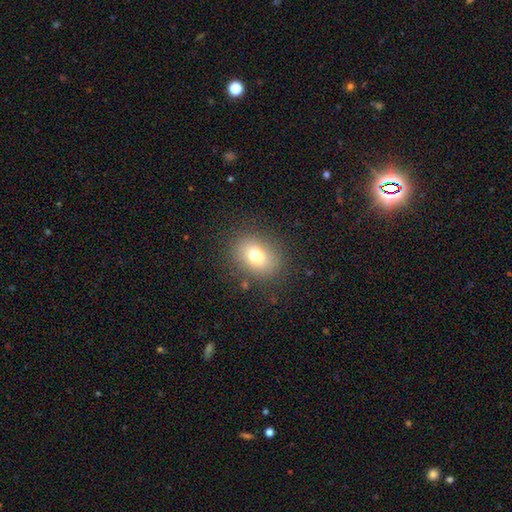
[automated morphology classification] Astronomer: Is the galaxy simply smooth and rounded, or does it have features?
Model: smooth — 74%.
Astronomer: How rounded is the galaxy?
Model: in between — 55% (runner-up: round, 44%).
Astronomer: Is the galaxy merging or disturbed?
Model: none — 84%.